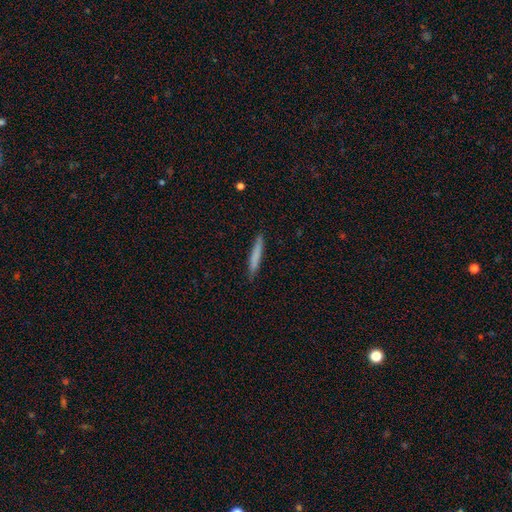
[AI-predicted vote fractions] Q: Smooth or featured?
A: smooth (77%); runner-up: featured or disk (17%)
Q: How rounded?
A: cigar-shaped (95%); runner-up: in between (4%)
Q: Merging?
A: none (89%); runner-up: minor disturbance (9%)